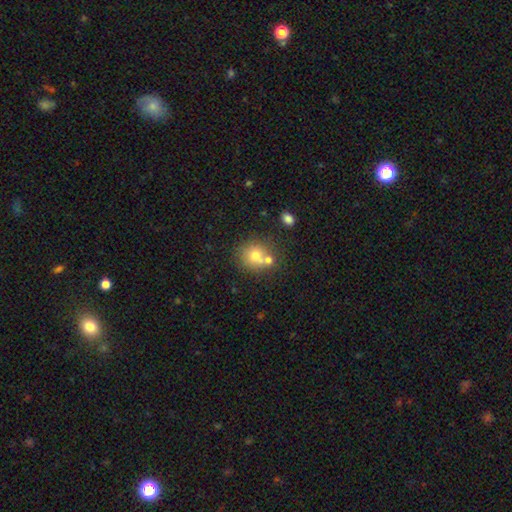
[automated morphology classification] Smooth or featured? Predicted: smooth (p=0.69). How rounded? Predicted: round (p=0.81). Merging? Predicted: none (p=0.50).